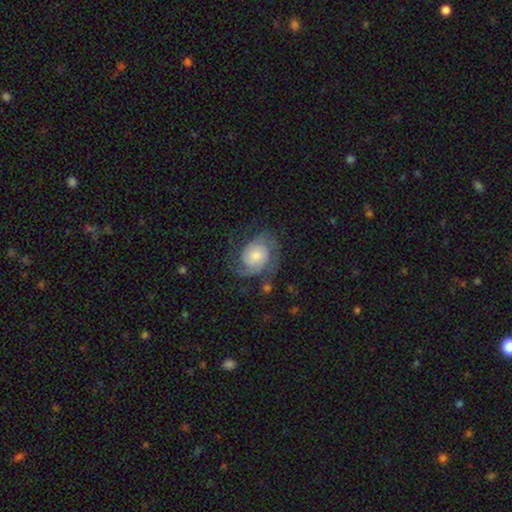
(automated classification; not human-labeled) This appears to be a featured or disk galaxy (72%) with no bar (71%), 2 (66%) tight (44%) spiral arms (93%) and a moderate central bulge (42%). Merging: none (65%).